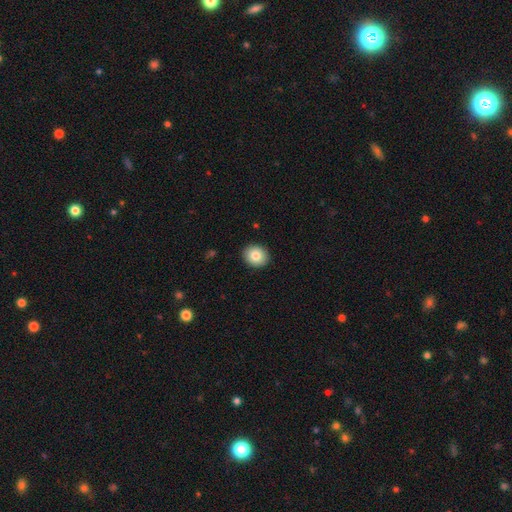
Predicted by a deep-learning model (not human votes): A smooth galaxy with no disk features (82%) that is round (70%). Merging: none (91%).